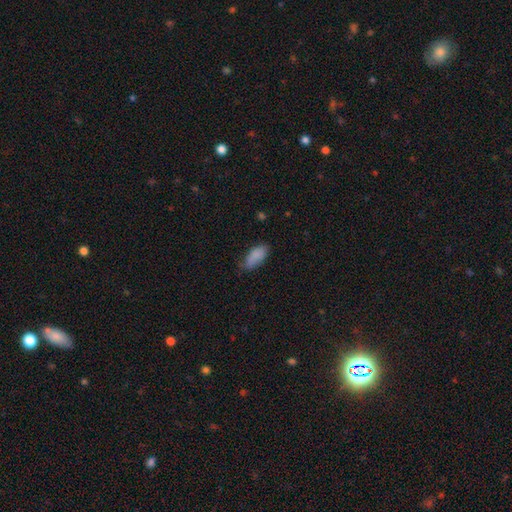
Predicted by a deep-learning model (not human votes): Smooth or featured: smooth — 87% (star or artifact — 7%)
How rounded: in between — 87% (cigar-shaped — 11%)
Merging: none — 65% (minor disturbance — 28%)